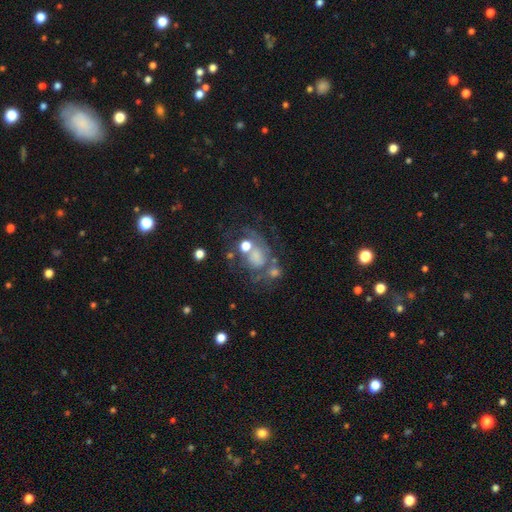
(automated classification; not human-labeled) Smooth or featured: featured or disk — 52% (smooth — 27%)
Edge-on disk: no — 96% (yes — 4%)
Bar: no — 82% (weak — 14%)
Spiral arms: no — 54% (yes — 46%)
Bulge size: moderate — 36% (small — 25%)
Merging: none — 40% (major disturbance — 23%)